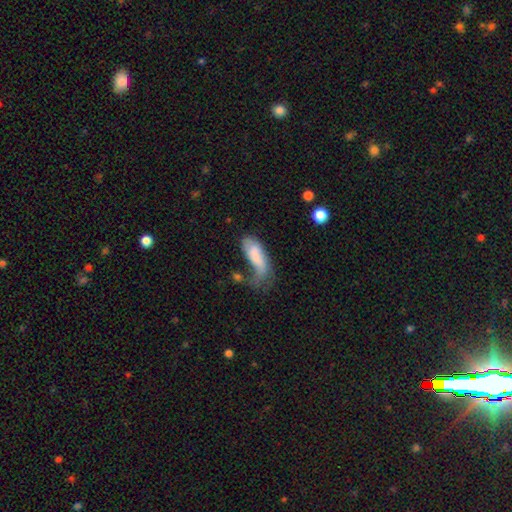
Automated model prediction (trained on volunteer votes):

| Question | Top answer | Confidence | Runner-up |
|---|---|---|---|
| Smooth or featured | smooth | 72% | featured or disk (21%) |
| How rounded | in between | 76% | cigar-shaped (21%) |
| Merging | major disturbance | 47% | minor disturbance (23%) |